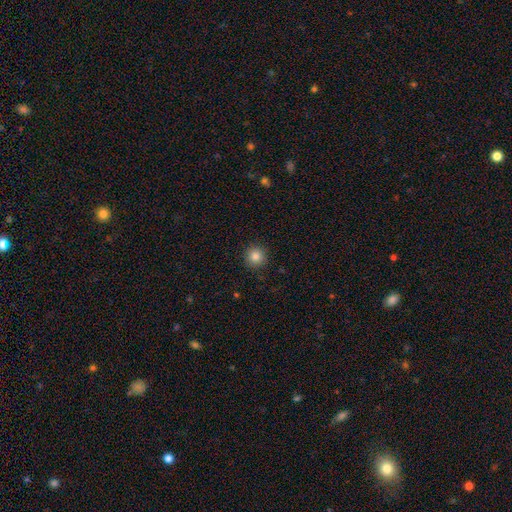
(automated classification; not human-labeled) Smooth or featured?
  - smooth: 84% *
  - star or artifact: 11%
  - featured or disk: 5%
How rounded?
  - round: 94% *
  - in between: 5%
  - cigar-shaped: 1%
Merging?
  - none: 91% *
  - minor disturbance: 6%
  - major disturbance: 2%
  - merger: 1%